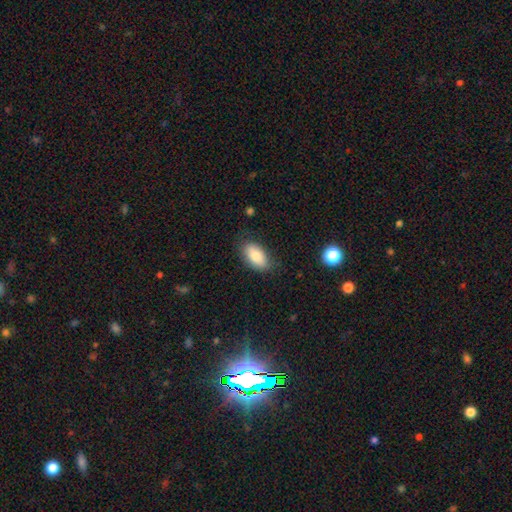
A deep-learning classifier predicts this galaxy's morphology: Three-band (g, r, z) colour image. It shows a smooth galaxy with no disk features (82%) that is in between round and cigar-shaped (92%). Merging: none (80%).